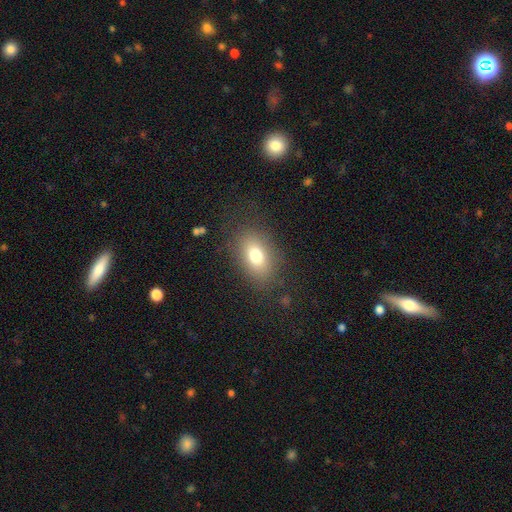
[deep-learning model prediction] Q: Smooth or featured?
A: smooth (76%); runner-up: featured or disk (13%)
Q: How rounded?
A: in between (83%); runner-up: round (14%)
Q: Merging?
A: none (81%); runner-up: minor disturbance (12%)